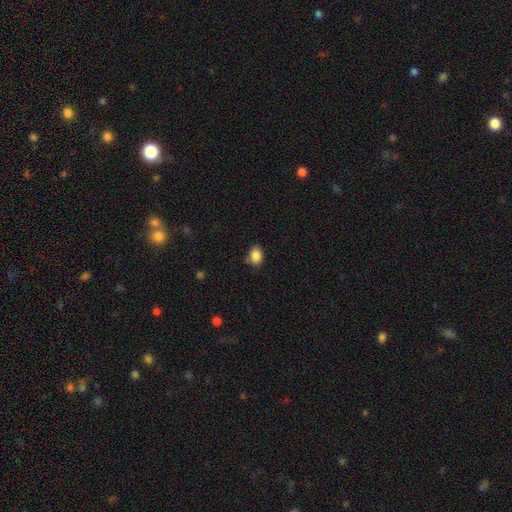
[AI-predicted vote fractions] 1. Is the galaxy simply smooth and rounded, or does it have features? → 87% smooth, 9% star or artifact, 4% featured or disk.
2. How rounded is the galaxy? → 62% in between, 37% round, 1% cigar-shaped.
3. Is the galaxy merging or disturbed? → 76% none, 19% minor disturbance, 3% major disturbance, 2% merger.